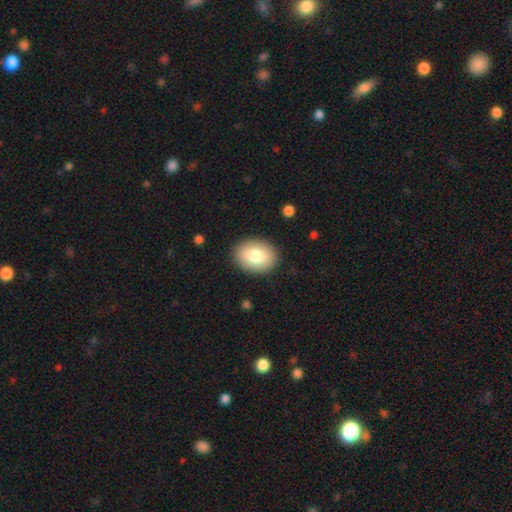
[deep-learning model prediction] A smooth galaxy with no disk features (81%) that is in between round and cigar-shaped (72%).

Vote fractions:
- Smooth or featured? smooth: 81% / featured or disk: 12% / star or artifact: 7%
- How rounded? in between: 72% / round: 27% / cigar-shaped: 1%
- Merging? none: 89% / minor disturbance: 8% / major disturbance: 2% / merger: 1%